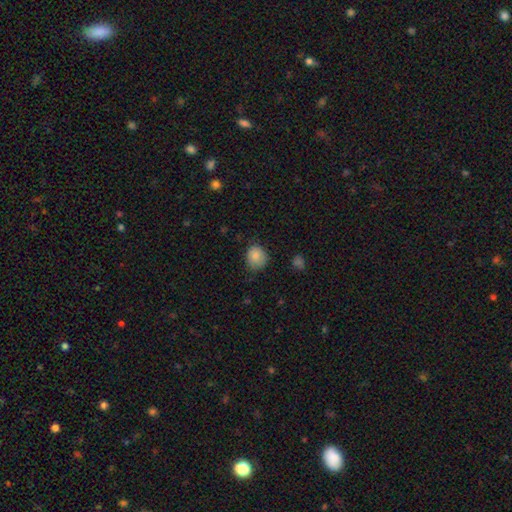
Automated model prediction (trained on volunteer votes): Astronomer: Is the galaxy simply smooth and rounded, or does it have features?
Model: smooth — 84%.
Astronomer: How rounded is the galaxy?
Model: round — 69%.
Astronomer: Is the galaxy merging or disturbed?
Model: none — 69%.